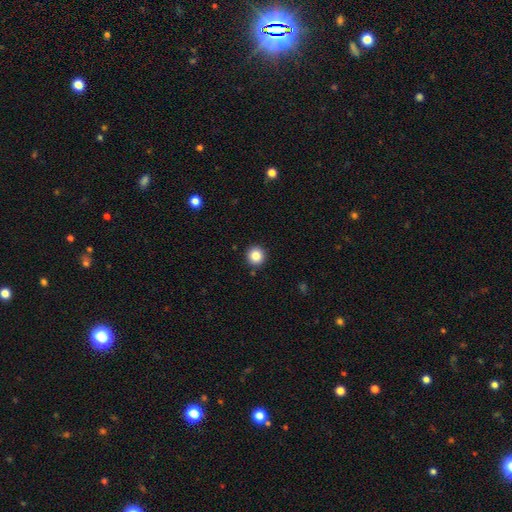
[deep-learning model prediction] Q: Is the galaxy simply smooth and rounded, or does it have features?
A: smooth — 85%.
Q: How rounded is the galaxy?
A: round — 95%.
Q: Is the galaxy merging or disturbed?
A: none — 92%.